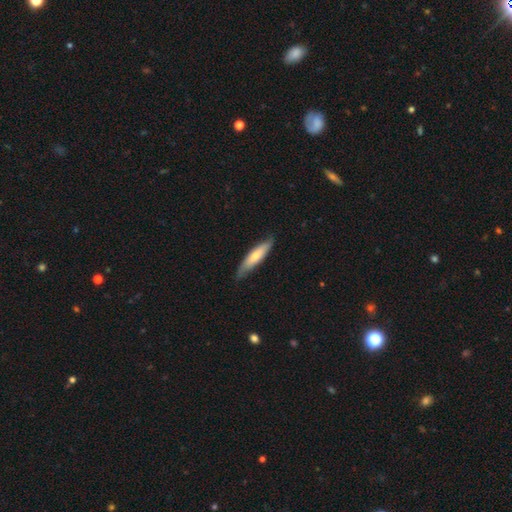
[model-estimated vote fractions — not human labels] A smooth galaxy with no disk features (64%) that is cigar-shaped (74%). Merging: none (75%).